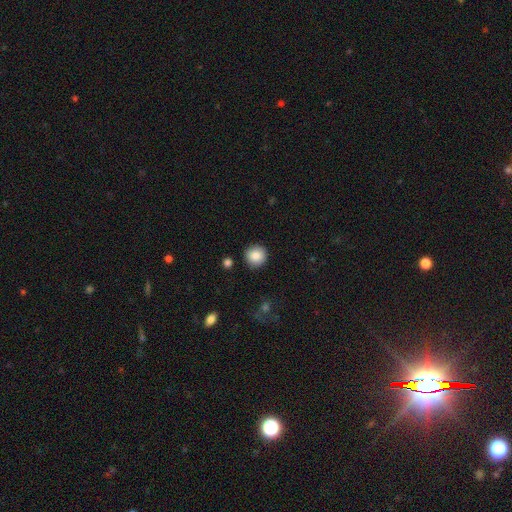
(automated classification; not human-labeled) Overall: smooth (87%). How rounded: round (94%). Merging: none (90%).